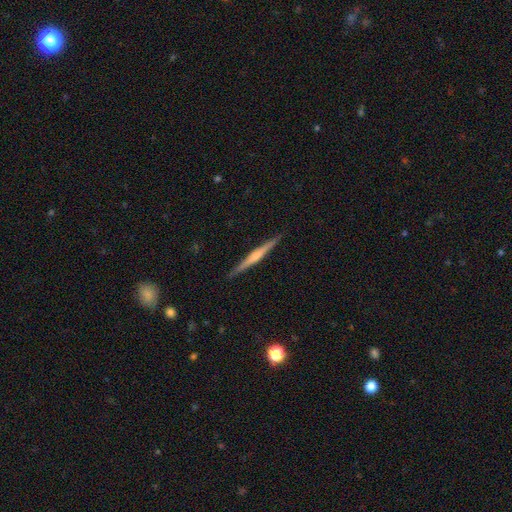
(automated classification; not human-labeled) smooth-or-featured: featured or disk: 70% | smooth: 25% | star or artifact: 6%
  disk-edge-on: yes: 98% | no: 2%
    edge-on-bulge: rounded: 64% | none: 22% | boxy: 15%
  merging: none: 92% | minor disturbance: 6% | major disturbance: 1% | merger: 1%